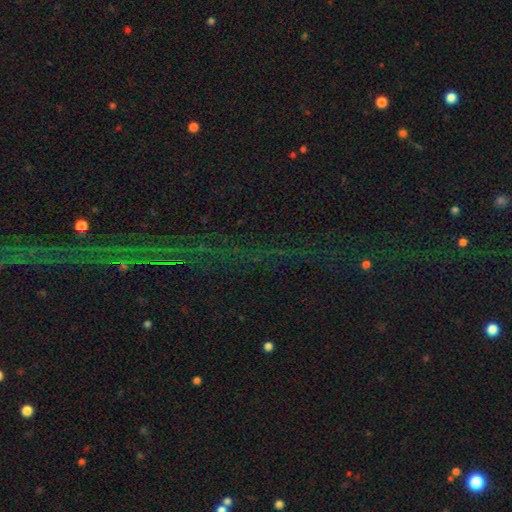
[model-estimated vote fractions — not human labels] Smooth or featured: star or artifact — 79% (featured or disk — 11%)